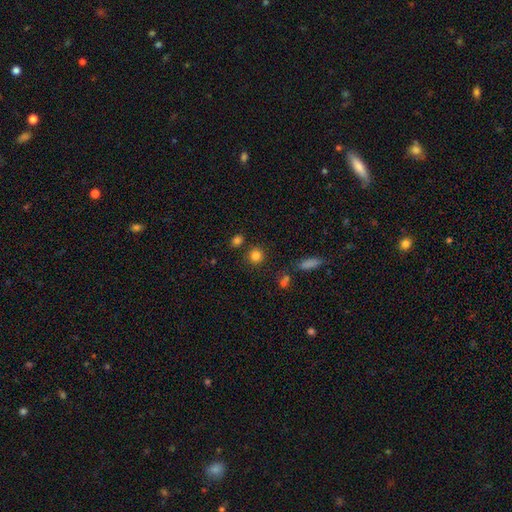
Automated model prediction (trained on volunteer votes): Smooth or featured?
  - smooth: 82% *
  - star or artifact: 12%
  - featured or disk: 6%
How rounded?
  - round: 89% *
  - in between: 10%
  - cigar-shaped: 1%
Merging?
  - none: 83% *
  - minor disturbance: 8%
  - merger: 6%
  - major disturbance: 3%